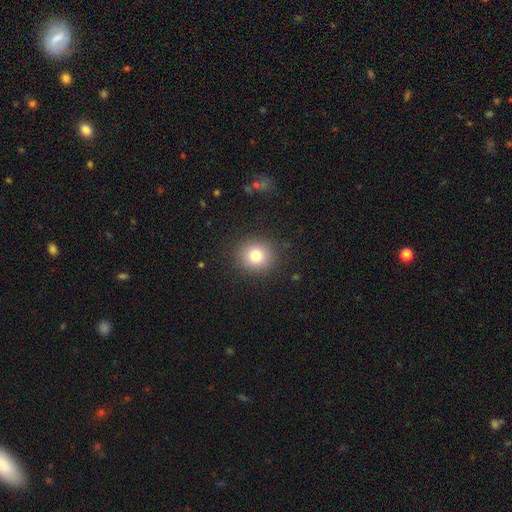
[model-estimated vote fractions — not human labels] The model was most divided on "smooth or featured": smooth: 80%, star or artifact: 12%, featured or disk: 9%. More confident: merging — none (89%); how rounded — round (85%).